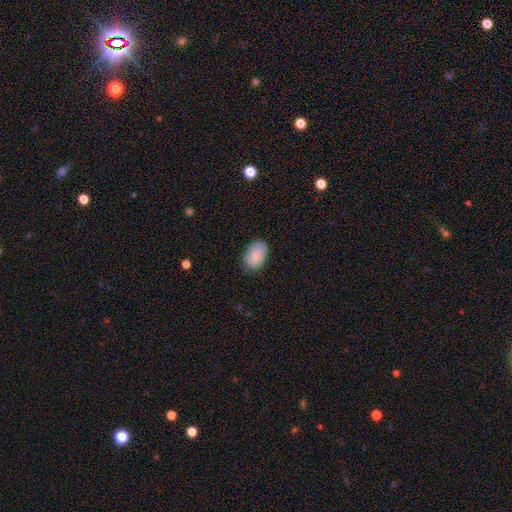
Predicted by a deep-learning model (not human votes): Overall: smooth (86%). How rounded: in between (88%). Merging: none (82%).